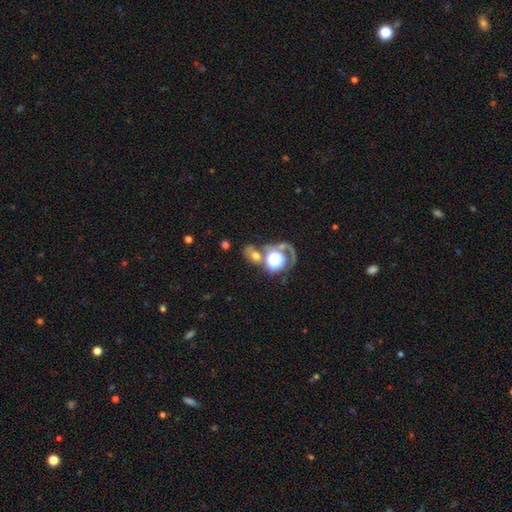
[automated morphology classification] Overall: smooth (50%; featured or disk 27%). Merging: none (44%; merger 29%).